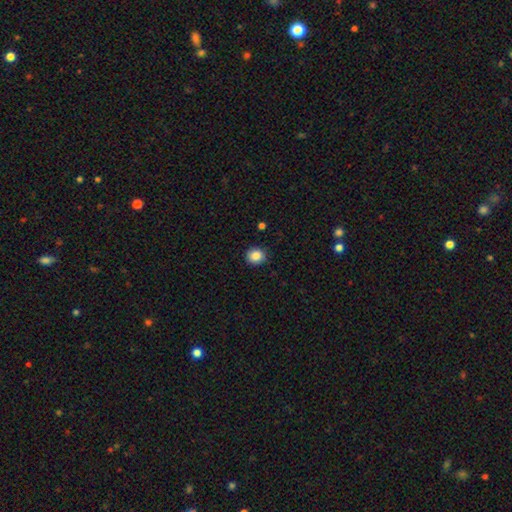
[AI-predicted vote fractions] smooth-or-featured: smooth: 86% | star or artifact: 10% | featured or disk: 4%
  how-rounded: round: 84% | in between: 15% | cigar-shaped: 1%
  merging: none: 90% | minor disturbance: 7% | major disturbance: 2% | merger: 1%